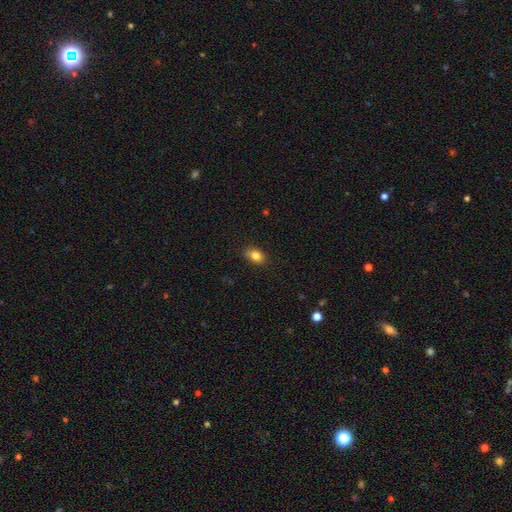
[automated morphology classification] type=smooth (83%); roundness=in between (73%); merging=none (82%).